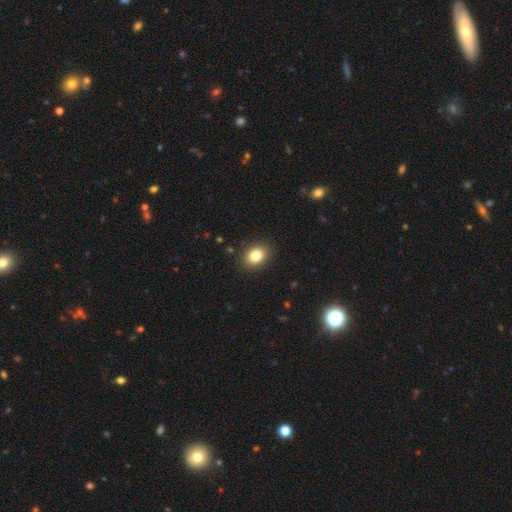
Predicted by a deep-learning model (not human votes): A smooth galaxy with no disk features (83%) that is in between round and cigar-shaped (67%). Merging: none (88%).